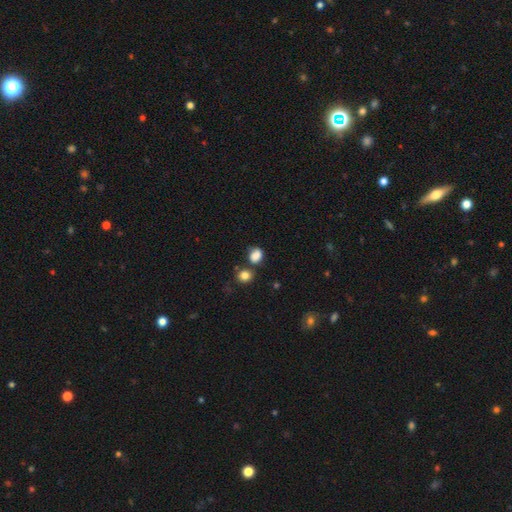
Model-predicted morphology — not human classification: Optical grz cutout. It shows a smooth galaxy with no disk features (83%) that is round (56%). Merging: none (59%).